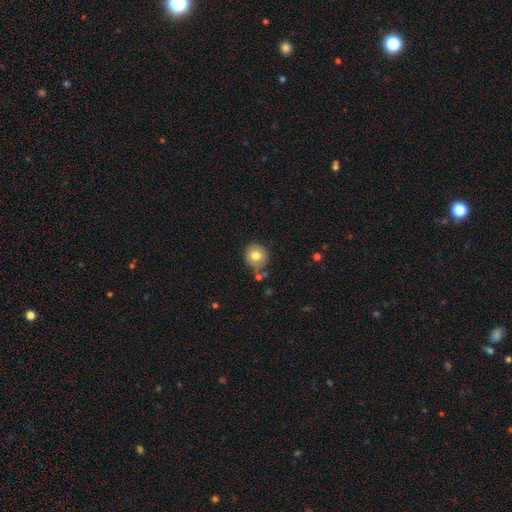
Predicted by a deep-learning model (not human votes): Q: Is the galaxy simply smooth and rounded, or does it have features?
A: smooth — 77%.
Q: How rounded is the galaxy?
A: round — 89%.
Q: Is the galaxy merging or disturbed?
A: none — 73%.